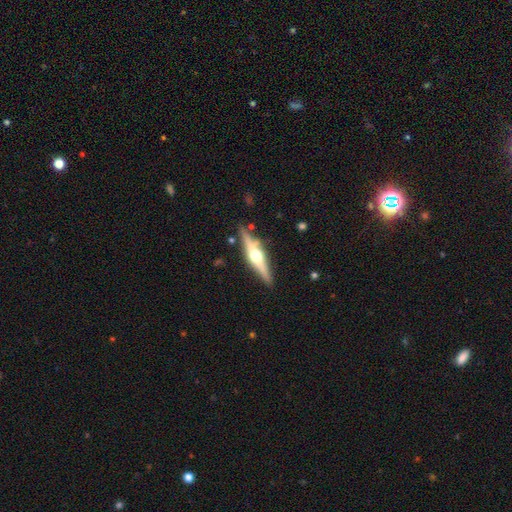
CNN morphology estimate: Overall: featured or disk (73%). Edge-on disk: yes (97%). Edge-on bulge: rounded (95%). Merging: none (85%).